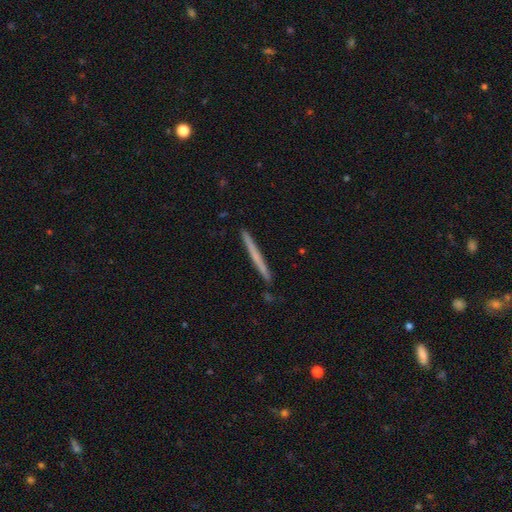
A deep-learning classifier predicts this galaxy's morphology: This appears to be a smooth galaxy with no disk features (51%) that is cigar-shaped (97%). Merging: none (91%).